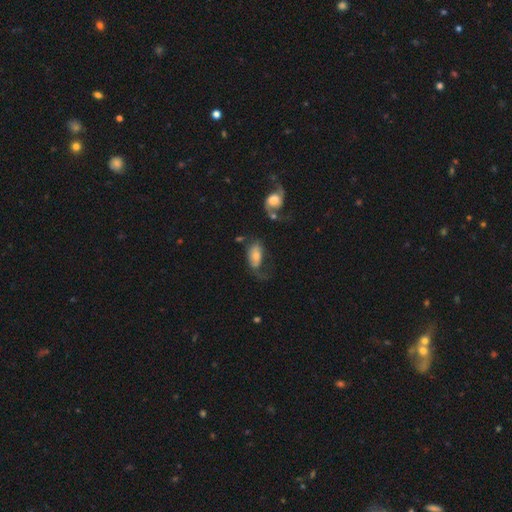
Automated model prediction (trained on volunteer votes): This appears to be a smooth galaxy with no disk features (53%) that is in between round and cigar-shaped (90%). Merging: major disturbance (35%).